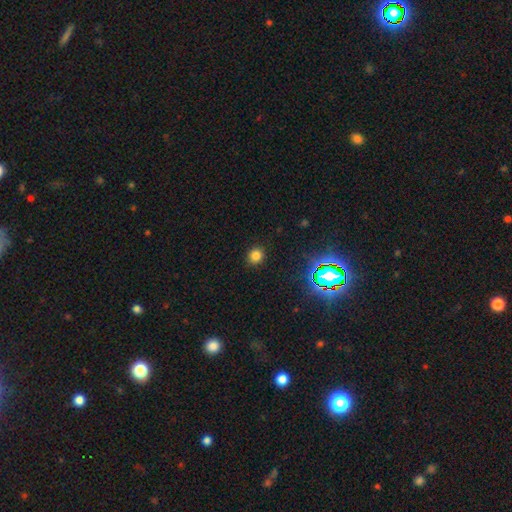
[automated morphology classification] Overall: smooth (77%). How rounded: round (82%). Merging: none (89%).